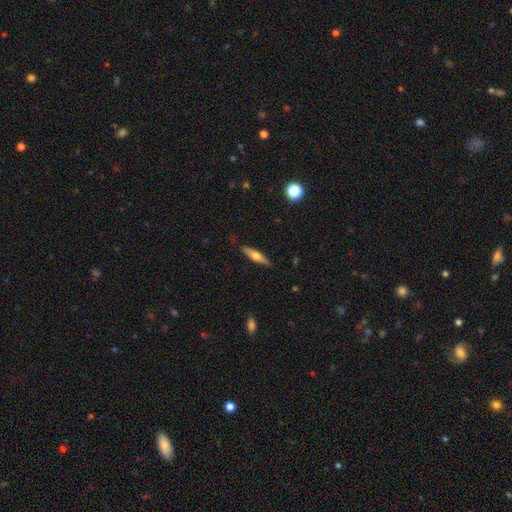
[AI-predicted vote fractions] The model was most divided on "smooth or featured" (2-way tie): smooth: 47%, featured or disk: 47%, star or artifact: 6%. More confident: merging — none (87%).